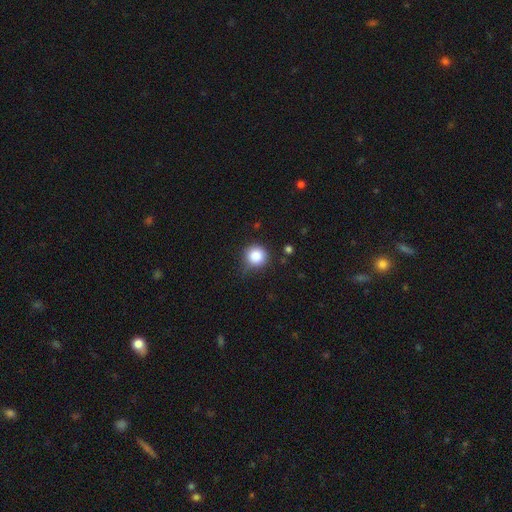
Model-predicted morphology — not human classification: type=smooth (86%); roundness=round (94%); merging=none (75%).